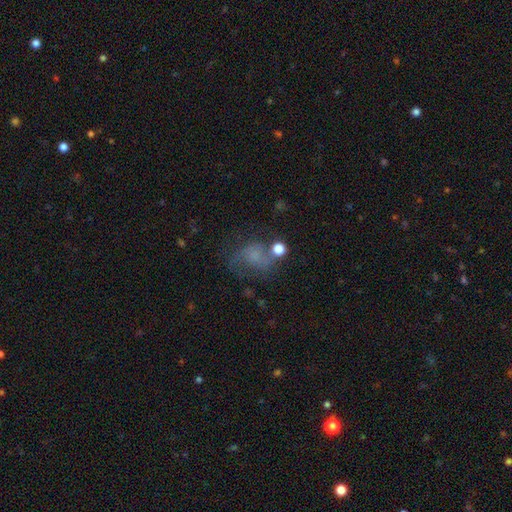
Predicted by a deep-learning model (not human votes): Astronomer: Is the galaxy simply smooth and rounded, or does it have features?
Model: smooth — 46% (runner-up: featured or disk, 32%).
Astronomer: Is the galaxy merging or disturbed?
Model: none — 45% (runner-up: major disturbance, 25%).